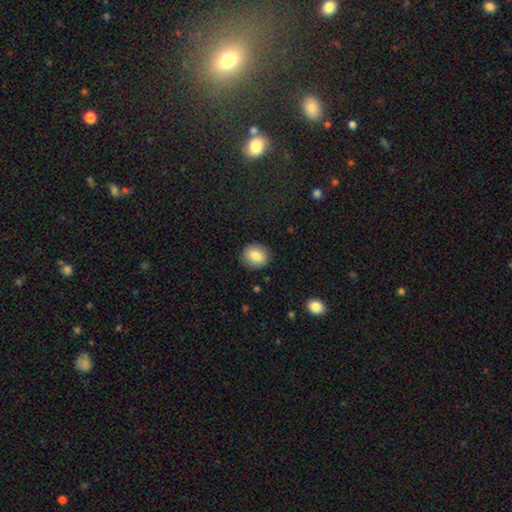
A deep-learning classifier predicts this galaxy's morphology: This appears to be a smooth galaxy with no disk features (80%) that is round (67%). Merging: none (88%).